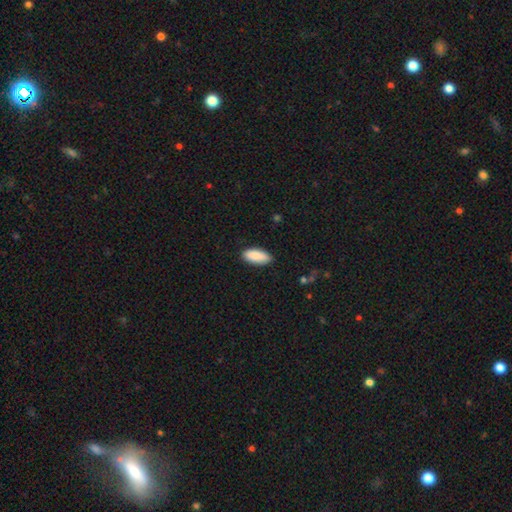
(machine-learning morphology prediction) type=smooth (90%); roundness=in between (84%); merging=none (86%).